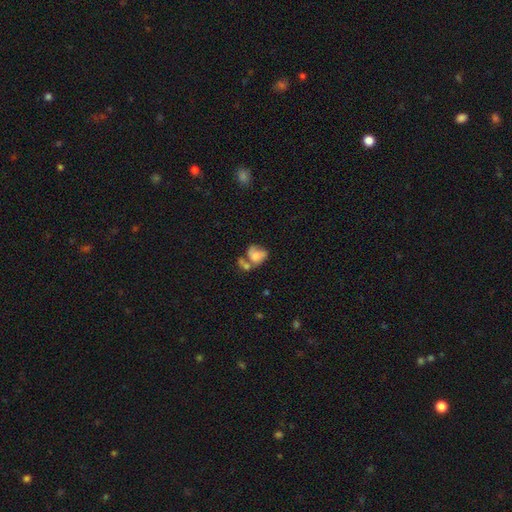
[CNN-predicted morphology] smooth-or-featured: smooth: 54% | featured or disk: 36% | star or artifact: 10%
  how-rounded: in between: 61% | round: 38% | cigar-shaped: 1%
  merging: merger: 46% | none: 21% | major disturbance: 17% | minor disturbance: 15%